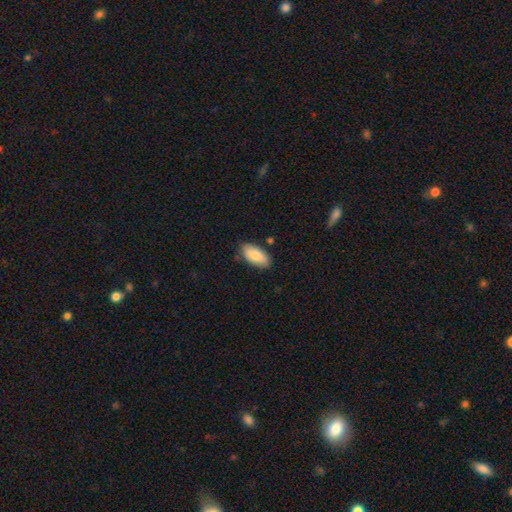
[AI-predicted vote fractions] A smooth galaxy with no disk features (84%) that is in between round and cigar-shaped (91%). Merging: none (80%).